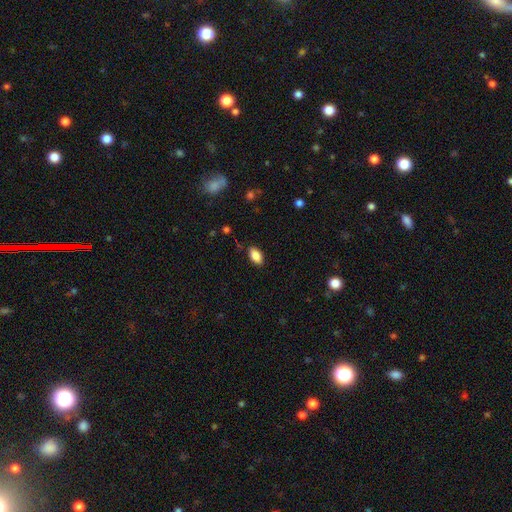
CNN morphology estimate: This is clearly a smooth galaxy (86%). How rounded: clearly in between (92%). Merging: clearly none (85%).